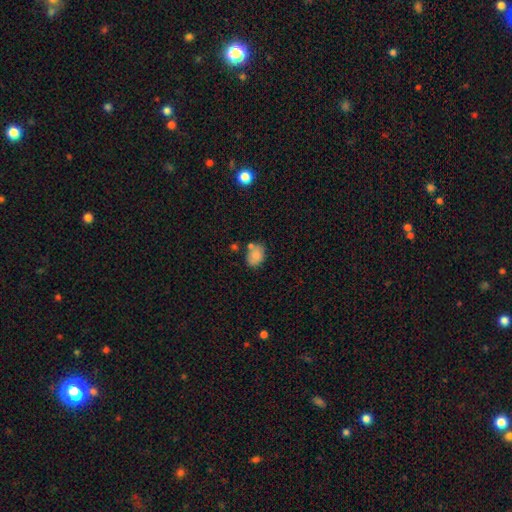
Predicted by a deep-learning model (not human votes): Smooth or featured? smooth (82%)
How rounded? in between (71%)
Merging? none (59%)